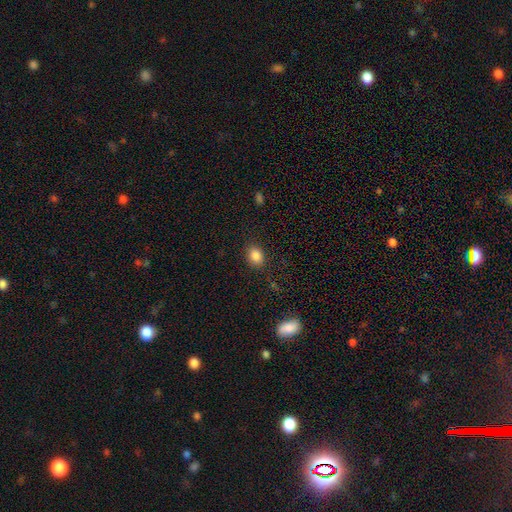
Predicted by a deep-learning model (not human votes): smooth_or_featured: smooth (p=0.86) [alt: star or artifact p=0.10]
how_rounded: in between (p=0.59) [alt: round p=0.39]
merging: none (p=0.86) [alt: minor disturbance p=0.10]